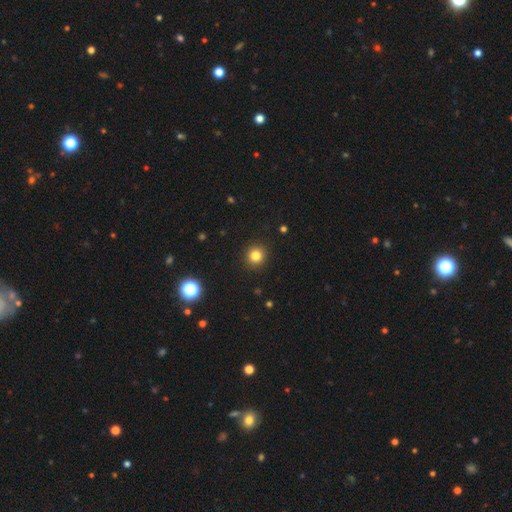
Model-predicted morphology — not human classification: Overall: smooth (81%). How rounded: round (93%). Merging: none (92%).